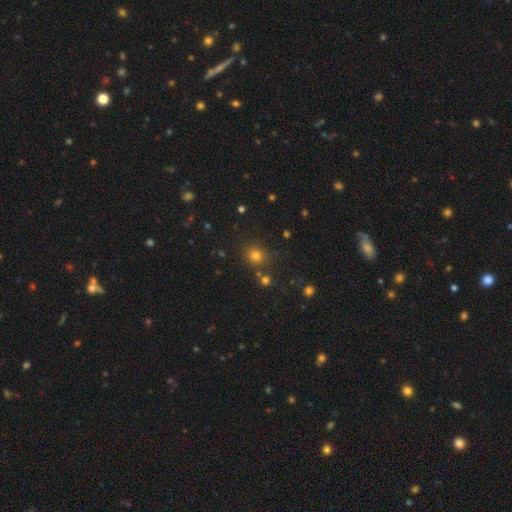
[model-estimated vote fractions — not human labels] Smooth or featured: smooth — 74% (star or artifact — 20%)
How rounded: round — 85% (in between — 14%)
Merging: none — 78% (minor disturbance — 9%)